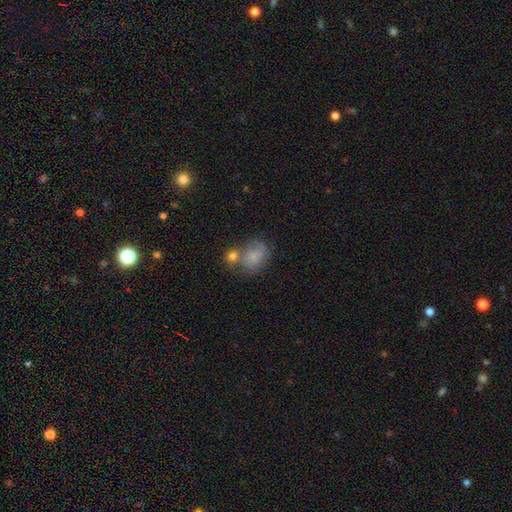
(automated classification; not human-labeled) smooth 72%, featured or disk 19%, star or artifact 9%. Down the decision tree: how rounded — in between (57%); merging — merger (36%, tied with none).